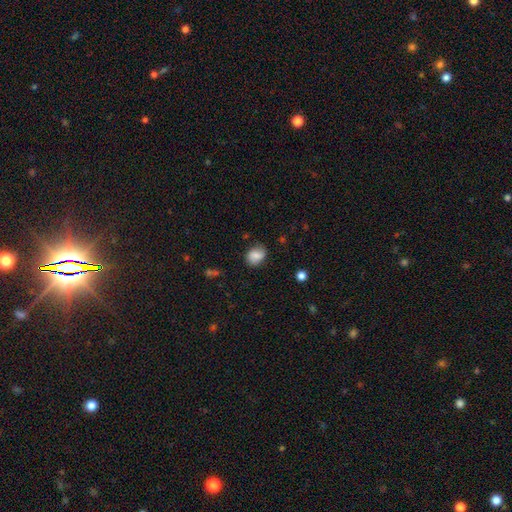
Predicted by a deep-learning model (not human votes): Overall: smooth (73%). How rounded: in between (52%; round 47%). Merging: none (66%).